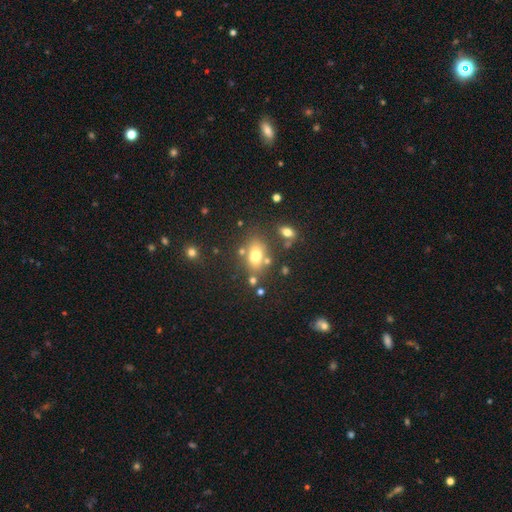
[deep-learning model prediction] A smooth galaxy with no disk features (72%) that is in between round and cigar-shaped (75%). Merging: none (67%).